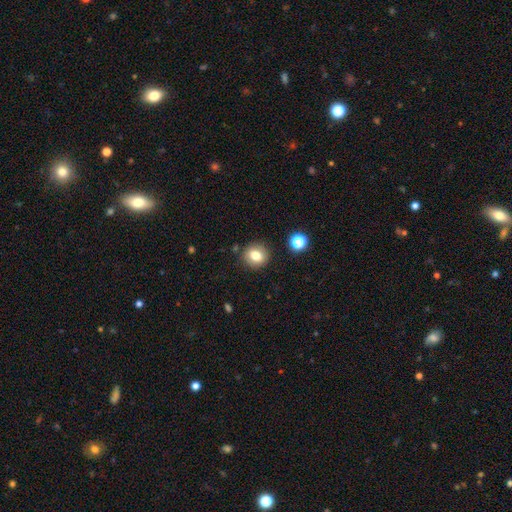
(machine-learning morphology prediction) smooth-or-featured: smooth: 78% | featured or disk: 11% | star or artifact: 11%
  how-rounded: round: 81% | in between: 19% | cigar-shaped: 1%
  merging: none: 87% | minor disturbance: 8% | major disturbance: 3% | merger: 2%